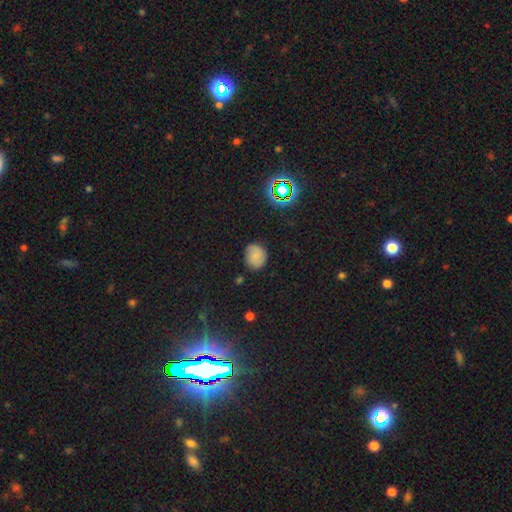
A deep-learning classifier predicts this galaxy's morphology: smooth-or-featured: smooth: 71% | star or artifact: 15% | featured or disk: 14%
  how-rounded: round: 73% | in between: 26% | cigar-shaped: 1%
  merging: none: 78% | minor disturbance: 17% | major disturbance: 4% | merger: 2%